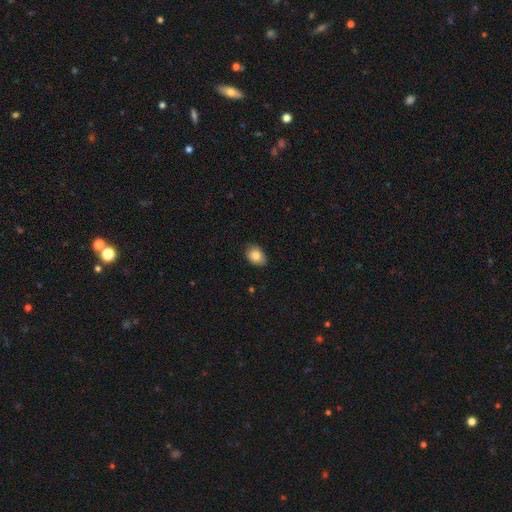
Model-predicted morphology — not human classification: Overall: smooth (86%). How rounded: in between (72%). Merging: none (79%).